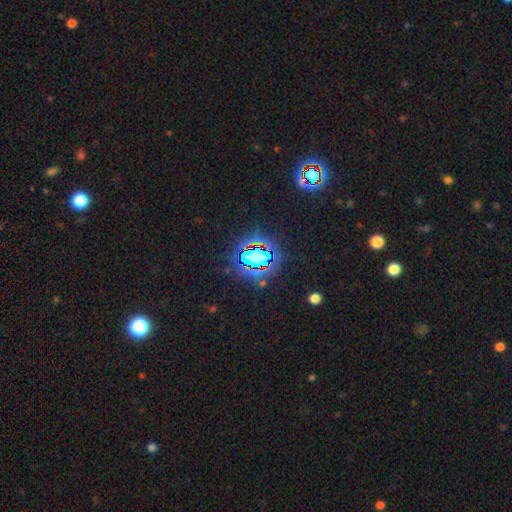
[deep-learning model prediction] Smooth or featured: star or artifact — 82% (smooth — 11%)